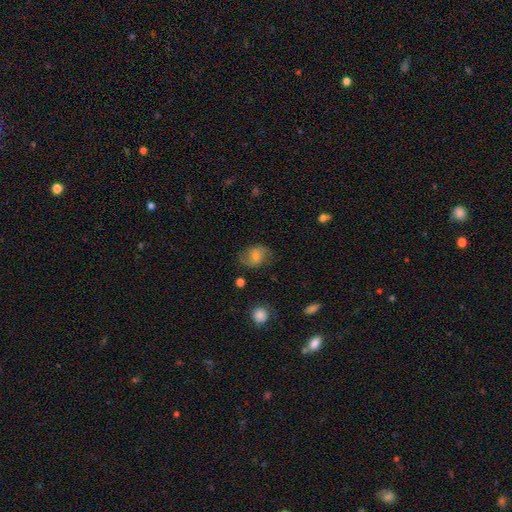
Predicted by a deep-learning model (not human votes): A smooth galaxy with no disk features (53%) that is in between round and cigar-shaped (65%). Merging: none (72%).